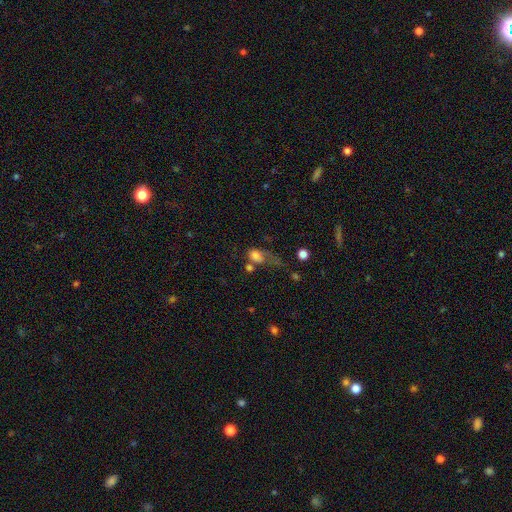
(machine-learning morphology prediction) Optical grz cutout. It shows a smooth galaxy with no disk features (69%) that is in between round and cigar-shaped (69%). Merging: major disturbance (46%).